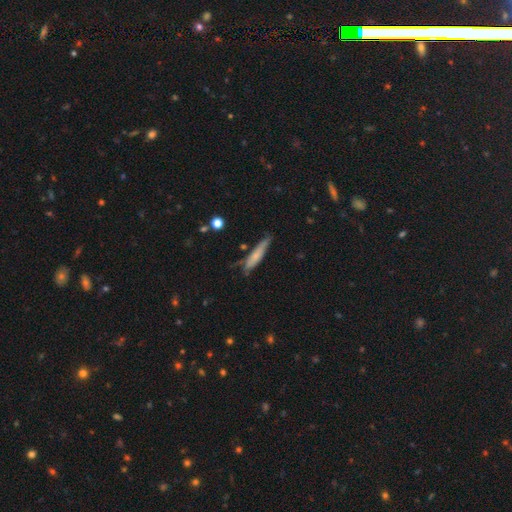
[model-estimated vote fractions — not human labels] A smooth galaxy with no disk features (62%) that is cigar-shaped (85%).

Vote fractions:
- Smooth or featured? smooth: 62% / featured or disk: 31% / star or artifact: 6%
- How rounded? cigar-shaped: 85% / in between: 13% / round: 2%
- Merging? none: 62% / minor disturbance: 27% / major disturbance: 7% / merger: 4%